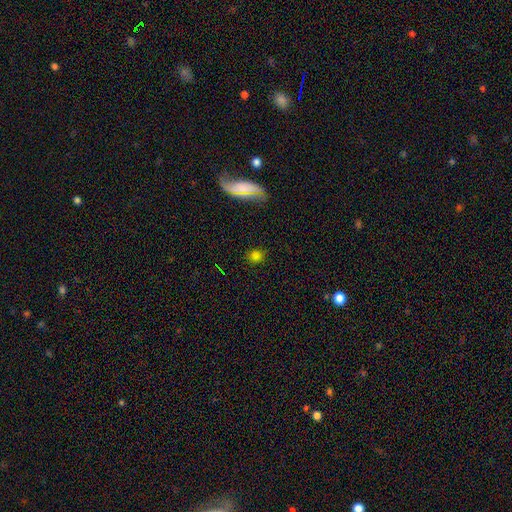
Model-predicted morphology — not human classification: A smooth galaxy with no disk features (76%) that is round (78%). Merging: none (87%).